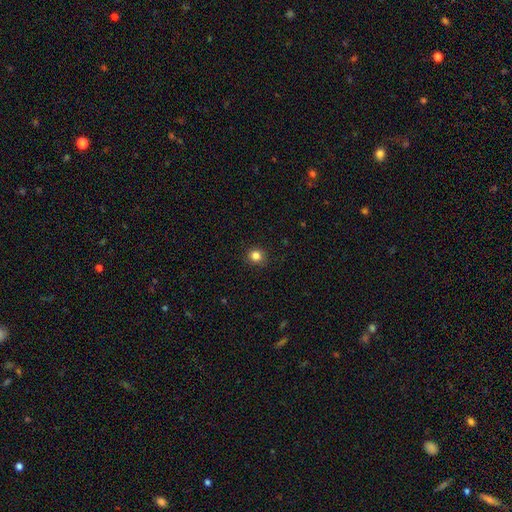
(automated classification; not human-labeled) The model was most divided on "smooth or featured": smooth: 83%, star or artifact: 12%, featured or disk: 4%. More confident: how rounded — round (90%); merging — none (90%).